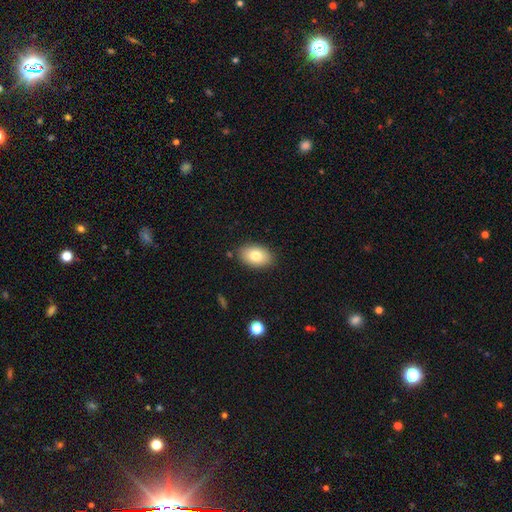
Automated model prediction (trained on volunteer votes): Smooth or featured? smooth (79%)
How rounded? in between (88%)
Merging? none (86%)